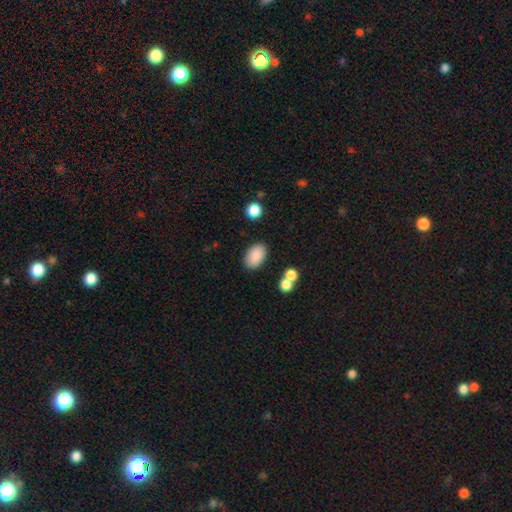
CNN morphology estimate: This appears to be a smooth galaxy with no disk features (87%) that is in between round and cigar-shaped (92%). Merging: none (85%).